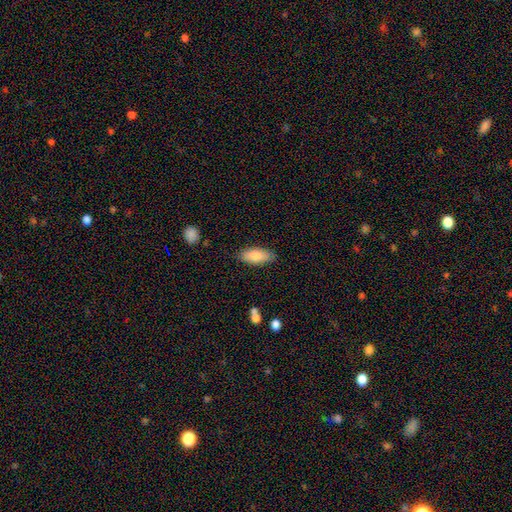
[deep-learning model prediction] This is clearly a smooth galaxy (83%). How rounded: clearly in between (85%). Merging: clearly none (84%).